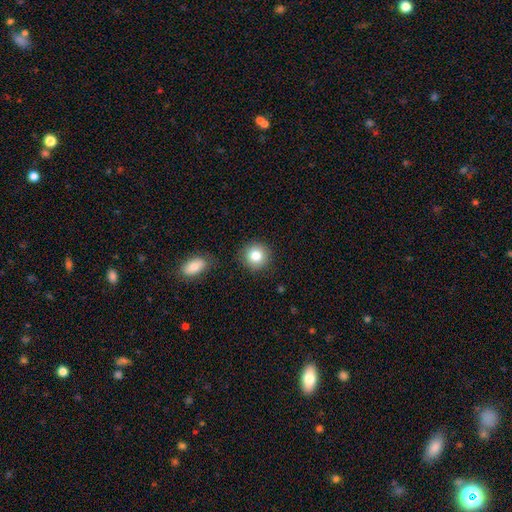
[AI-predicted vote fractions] smooth_or_featured: smooth (p=0.82) [alt: star or artifact p=0.10]
how_rounded: round (p=0.92) [alt: in between p=0.07]
merging: none (p=0.87) [alt: minor disturbance p=0.08]